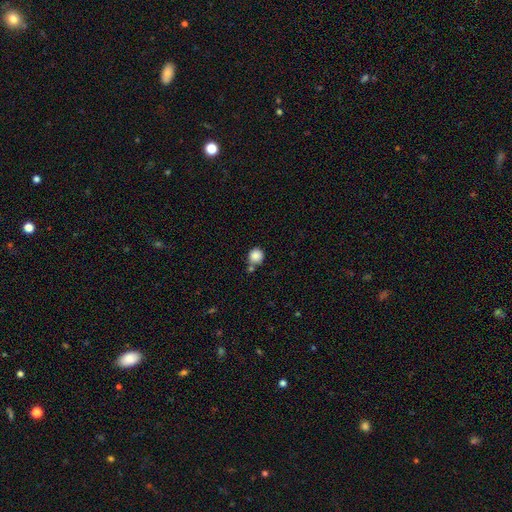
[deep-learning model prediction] The model was most divided on "merging": none: 66%, merger: 17%, minor disturbance: 13%, major disturbance: 4%. More confident: how rounded — round (92%); smooth or featured — smooth (86%).